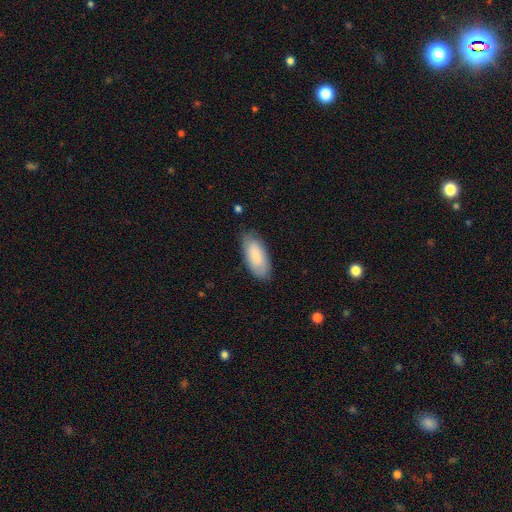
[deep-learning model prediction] smooth_or_featured: smooth (p=0.78) [alt: featured or disk p=0.17]
how_rounded: in between (p=0.89) [alt: cigar-shaped p=0.10]
merging: none (p=0.79) [alt: minor disturbance p=0.16]